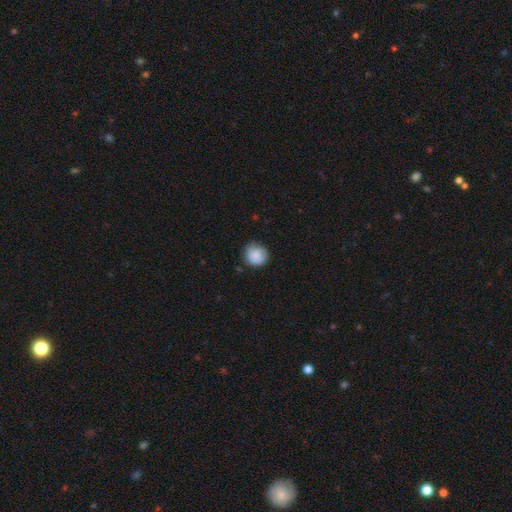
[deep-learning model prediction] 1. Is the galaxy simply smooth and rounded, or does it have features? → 84% smooth, 8% featured or disk, 7% star or artifact.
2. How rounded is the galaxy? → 88% round, 11% in between, 1% cigar-shaped.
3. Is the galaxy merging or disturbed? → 75% none, 20% minor disturbance, 4% major disturbance, 1% merger.